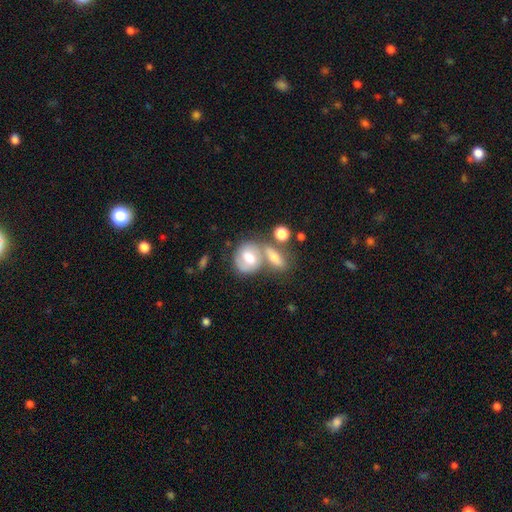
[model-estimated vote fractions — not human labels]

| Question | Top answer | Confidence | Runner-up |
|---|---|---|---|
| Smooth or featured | smooth | 44% | featured or disk (39%) |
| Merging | merger | 48% | none (35%) |